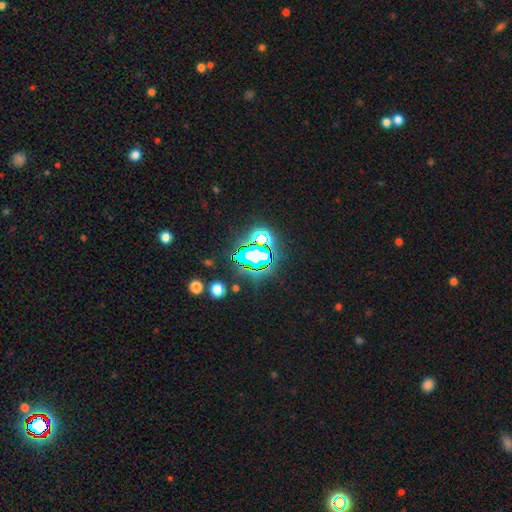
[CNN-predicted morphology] Q: Smooth or featured?
A: star or artifact (71%); runner-up: smooth (16%)